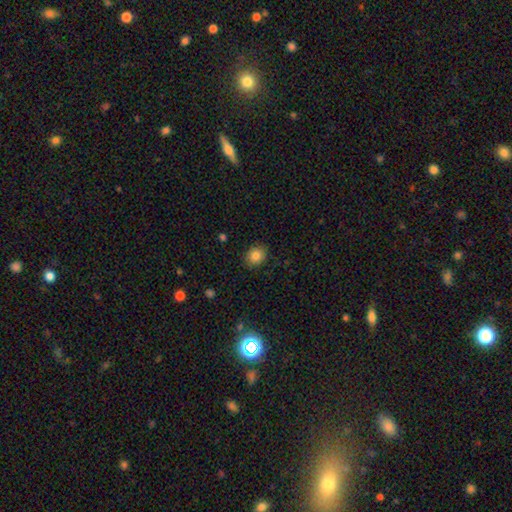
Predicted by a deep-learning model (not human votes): smooth_or_featured: smooth (p=0.85) [alt: star or artifact p=0.10]
how_rounded: round (p=0.61) [alt: in between p=0.38]
merging: none (p=0.87) [alt: minor disturbance p=0.10]